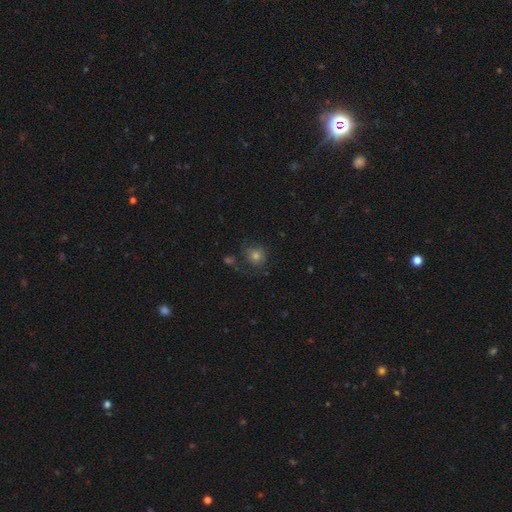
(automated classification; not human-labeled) Smooth or featured: smooth — 63% (star or artifact — 21%)
How rounded: round — 87% (in between — 12%)
Merging: none — 69% (minor disturbance — 16%)